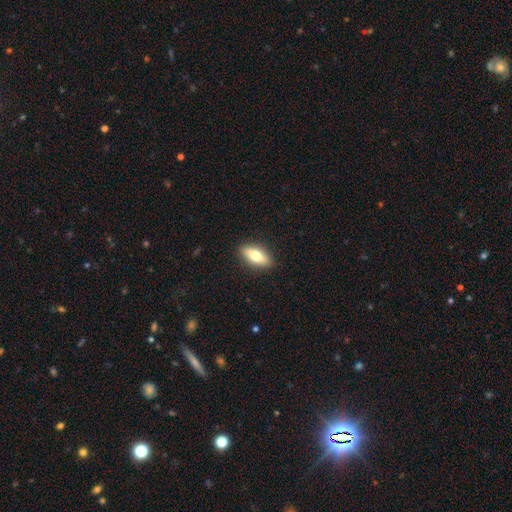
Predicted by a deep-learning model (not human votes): smooth_or_featured: smooth (p=0.68) [alt: featured or disk p=0.25]
how_rounded: in between (p=0.78) [alt: cigar-shaped p=0.18]
merging: none (p=0.89) [alt: minor disturbance p=0.08]